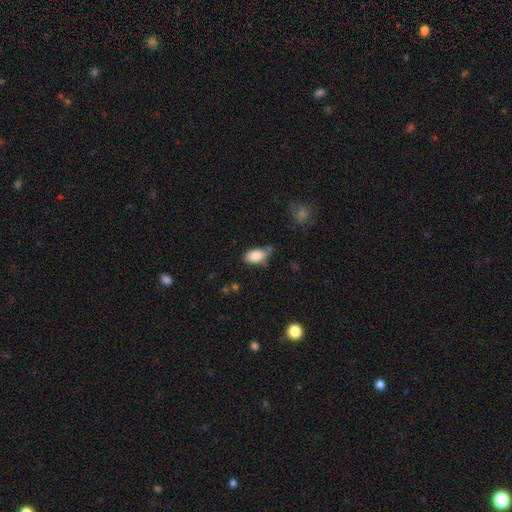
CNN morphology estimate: Smooth or featured? Predicted: smooth (p=0.85). How rounded? Predicted: in between (p=0.92). Merging? Predicted: none (p=0.51).